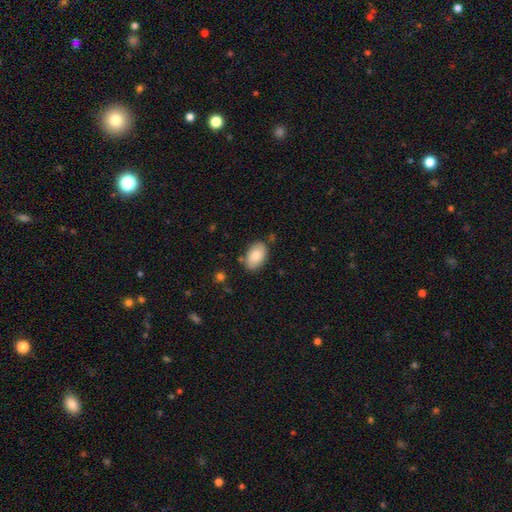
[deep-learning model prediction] Overall: smooth (84%). How rounded: in between (93%). Merging: none (81%).